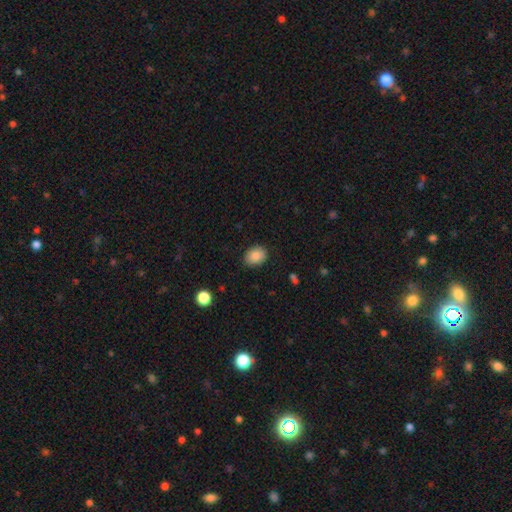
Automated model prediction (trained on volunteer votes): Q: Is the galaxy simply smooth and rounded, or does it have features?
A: smooth — 86%.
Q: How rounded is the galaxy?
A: in between — 66%.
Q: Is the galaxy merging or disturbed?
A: none — 85%.